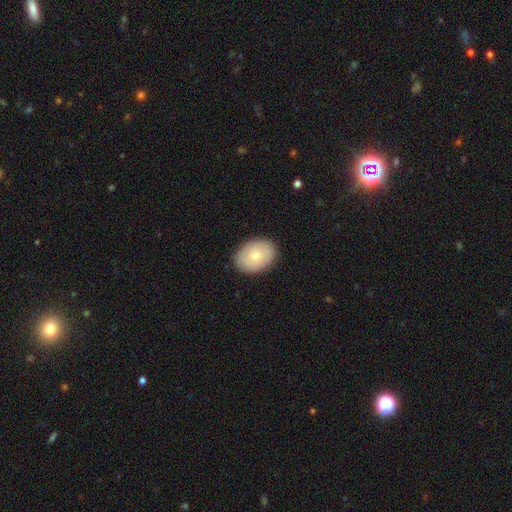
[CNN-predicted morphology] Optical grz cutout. It shows a smooth galaxy with no disk features (67%) that is in between round and cigar-shaped (74%). Merging: none (86%).